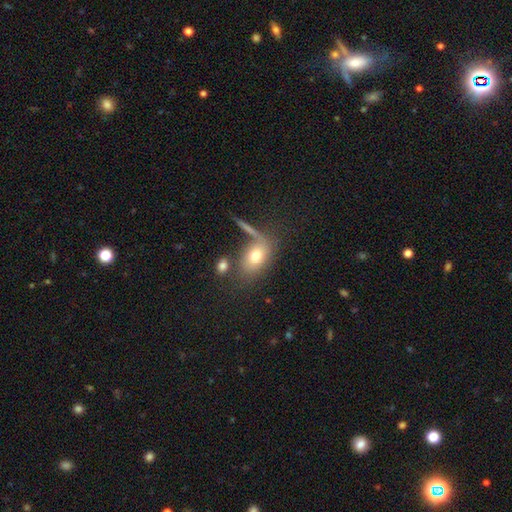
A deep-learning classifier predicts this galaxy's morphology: smooth 72%, featured or disk 18%, star or artifact 10%. Down the decision tree: how rounded — in between (76%); merging — none (58%).